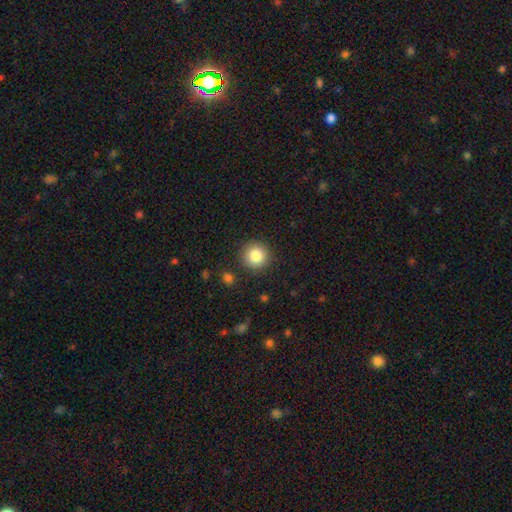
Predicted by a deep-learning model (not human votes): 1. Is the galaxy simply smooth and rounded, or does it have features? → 84% smooth, 10% star or artifact, 6% featured or disk.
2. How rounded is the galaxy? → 94% round, 5% in between, 1% cigar-shaped.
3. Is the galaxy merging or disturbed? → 89% none, 7% minor disturbance, 2% major disturbance, 2% merger.